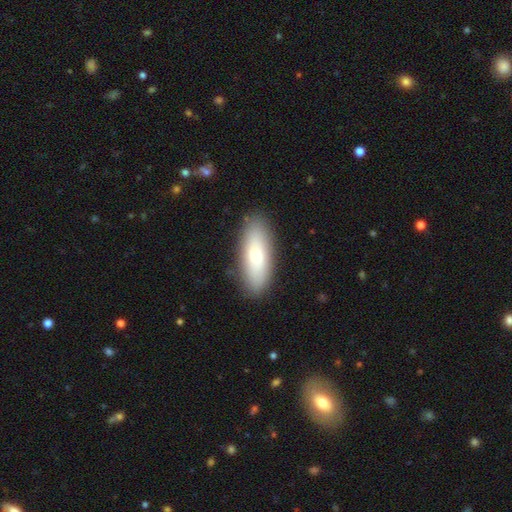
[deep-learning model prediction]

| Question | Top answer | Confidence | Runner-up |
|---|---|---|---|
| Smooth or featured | smooth | 77% | featured or disk (17%) |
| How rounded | in between | 69% | cigar-shaped (29%) |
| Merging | none | 87% | minor disturbance (9%) |